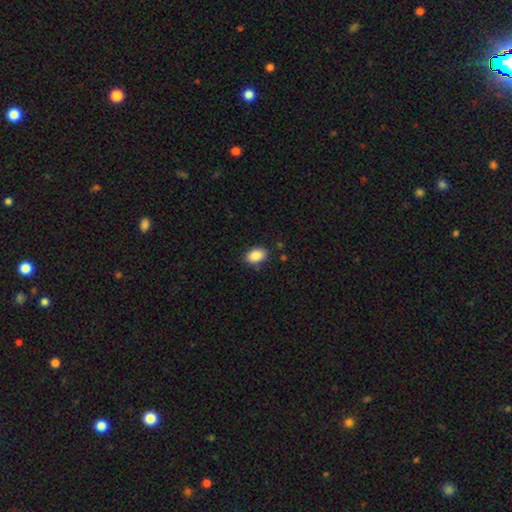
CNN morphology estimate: Smooth or featured?
  - smooth: 90% *
  - star or artifact: 7%
  - featured or disk: 3%
How rounded?
  - in between: 85% *
  - round: 14%
  - cigar-shaped: 1%
Merging?
  - none: 84% *
  - minor disturbance: 12%
  - major disturbance: 3%
  - merger: 1%